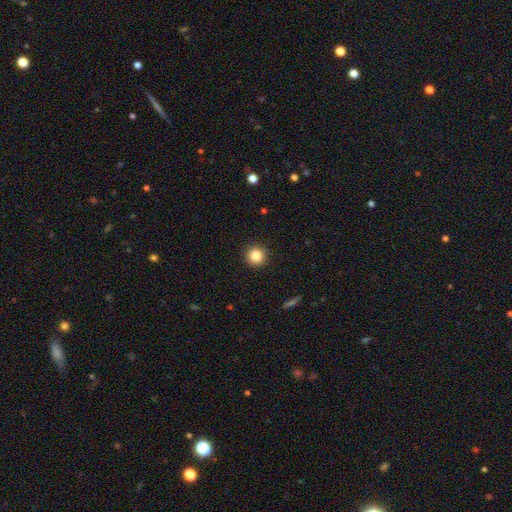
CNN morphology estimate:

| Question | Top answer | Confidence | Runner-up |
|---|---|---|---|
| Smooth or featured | smooth | 86% | star or artifact (10%) |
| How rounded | round | 94% | in between (5%) |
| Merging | none | 92% | minor disturbance (5%) |